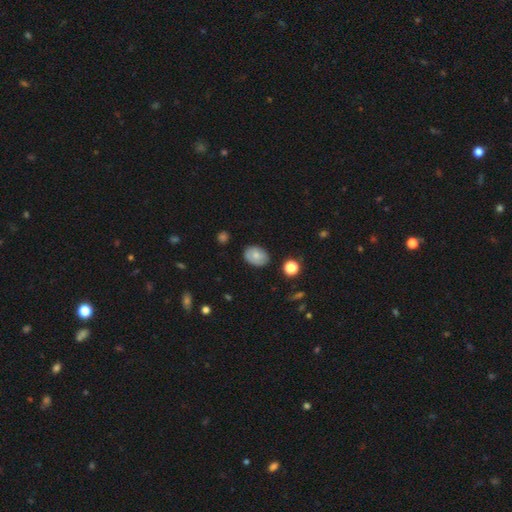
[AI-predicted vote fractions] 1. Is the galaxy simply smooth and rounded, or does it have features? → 70% smooth, 22% featured or disk, 8% star or artifact.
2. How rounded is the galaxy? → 72% in between, 27% round, 1% cigar-shaped.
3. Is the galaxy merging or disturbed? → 80% none, 16% minor disturbance, 3% major disturbance, 2% merger.